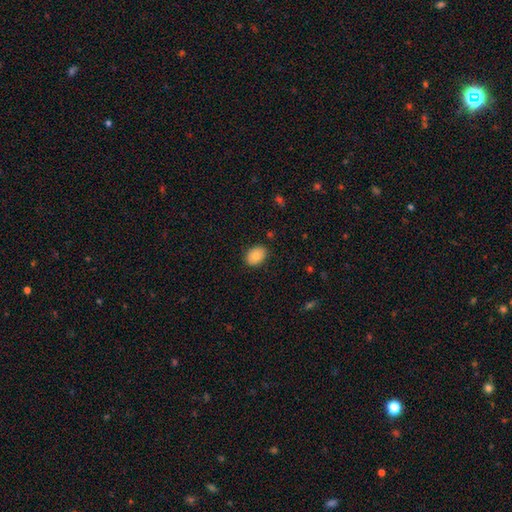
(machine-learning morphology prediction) A smooth galaxy with no disk features (84%) that is in between round and cigar-shaped (74%). Merging: none (87%).